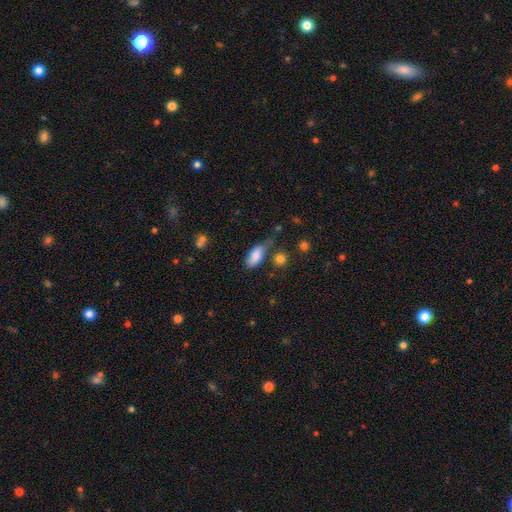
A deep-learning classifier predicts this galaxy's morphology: A smooth galaxy with no disk features (83%) that is in between round and cigar-shaped (87%).

Vote fractions:
- Smooth or featured? smooth: 83% / featured or disk: 9% / star or artifact: 7%
- How rounded? in between: 87% / cigar-shaped: 10% / round: 3%
- Merging? none: 51% / minor disturbance: 30% / major disturbance: 10% / merger: 9%